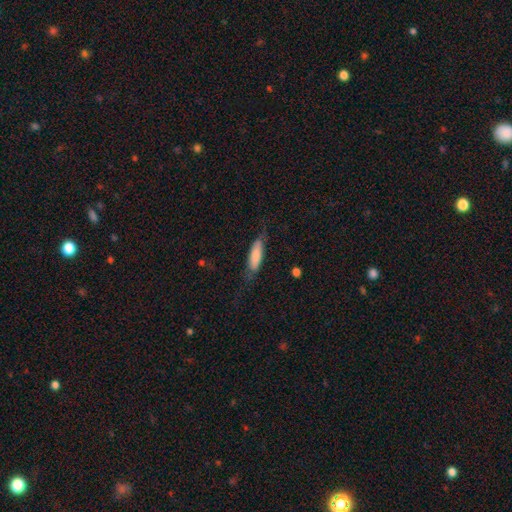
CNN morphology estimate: This is likely a smooth galaxy (76%). How rounded: possibly cigar-shaped (57%). Merging: likely none (66%).